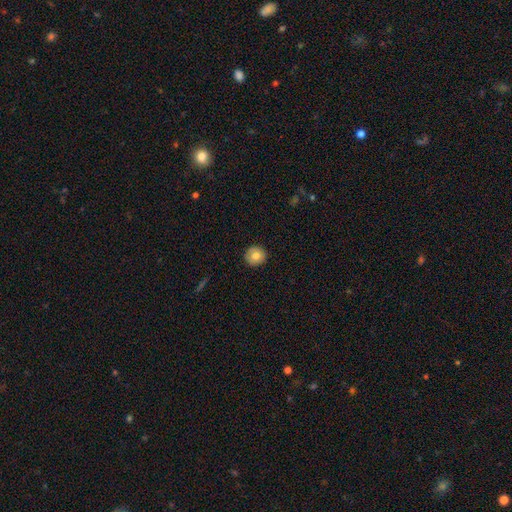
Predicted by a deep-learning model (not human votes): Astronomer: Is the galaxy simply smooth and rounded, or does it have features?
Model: smooth — 78%.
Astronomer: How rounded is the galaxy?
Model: round — 93%.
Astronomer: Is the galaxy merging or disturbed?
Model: none — 90%.